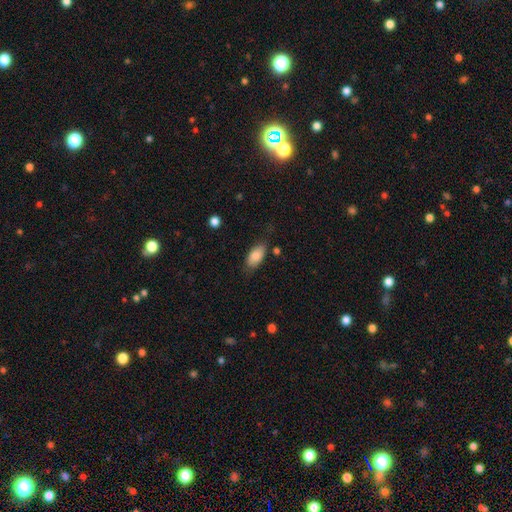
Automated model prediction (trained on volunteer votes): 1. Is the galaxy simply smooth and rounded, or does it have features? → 83% smooth, 10% featured or disk, 7% star or artifact.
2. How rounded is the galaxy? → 91% in between, 6% cigar-shaped, 3% round.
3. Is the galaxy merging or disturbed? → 73% none, 19% minor disturbance, 5% major disturbance, 2% merger.